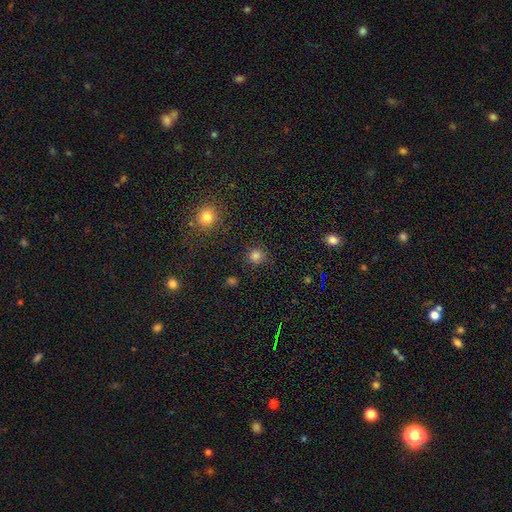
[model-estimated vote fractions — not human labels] Q: Smooth or featured?
A: smooth (80%); runner-up: star or artifact (16%)
Q: How rounded?
A: round (92%); runner-up: in between (7%)
Q: Merging?
A: none (86%); runner-up: minor disturbance (9%)